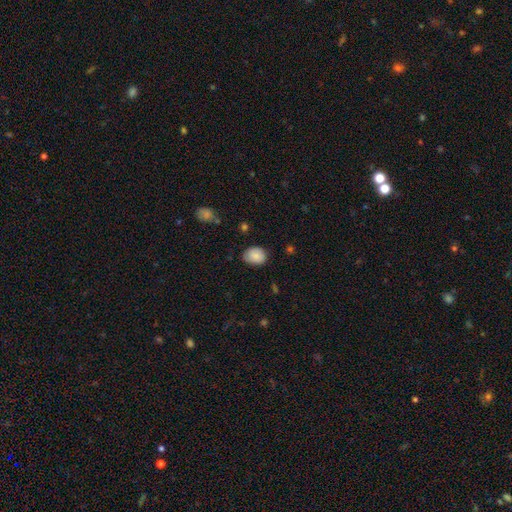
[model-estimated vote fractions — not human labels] Smooth or featured: smooth — 85% (star or artifact — 8%)
How rounded: in between — 58% (round — 42%)
Merging: none — 71% (minor disturbance — 24%)